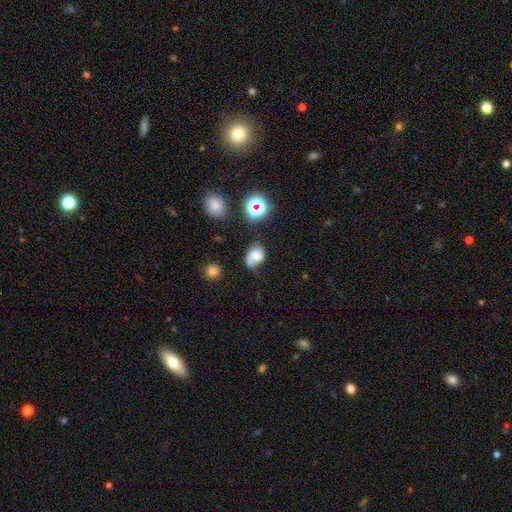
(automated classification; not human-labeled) Overall: featured or disk (45%; smooth 42%). Merging: none (48%; minor disturbance 29%).